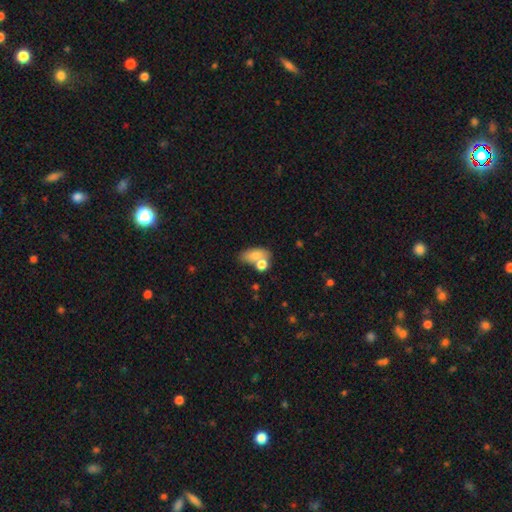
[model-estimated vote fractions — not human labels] Q: Smooth or featured?
A: smooth (74%); runner-up: featured or disk (17%)
Q: How rounded?
A: in between (81%); runner-up: round (13%)
Q: Merging?
A: none (43%); runner-up: merger (36%)